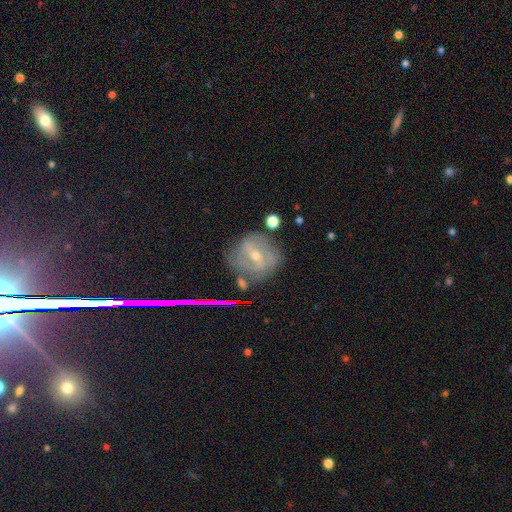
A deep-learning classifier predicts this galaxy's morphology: featured or disk 73%, smooth 16%, star or artifact 10%. Down the decision tree: edge-on disk — no (95%); bar — weak (43%); spiral arms — yes (83%); spiral arm count — 2 (49%); spiral winding — medium (41%); bulge size — small (52%); merging — none (66%).